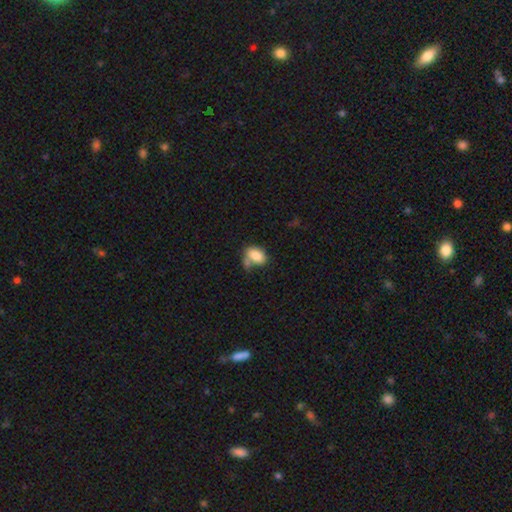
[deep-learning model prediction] Smooth or featured? smooth (81%)
How rounded? in between (83%)
Merging? none (39%)